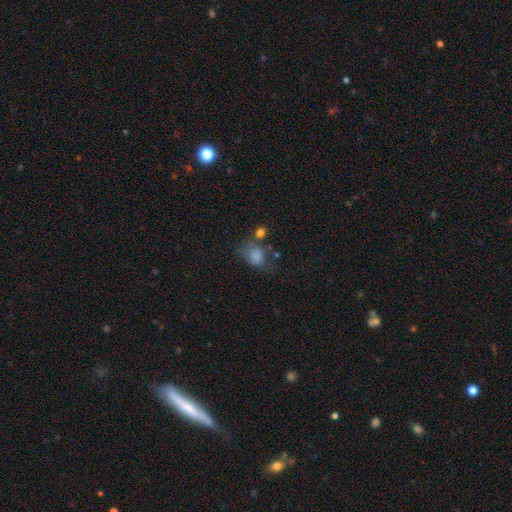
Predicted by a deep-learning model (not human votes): Q: Smooth or featured?
A: smooth (77%); runner-up: star or artifact (12%)
Q: How rounded?
A: in between (58%); runner-up: round (40%)
Q: Merging?
A: none (41%); runner-up: minor disturbance (26%)